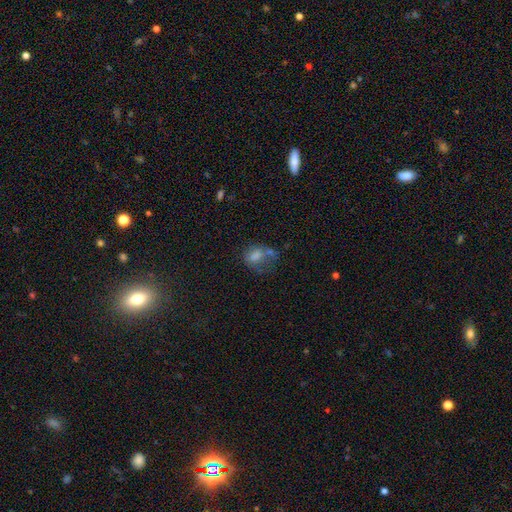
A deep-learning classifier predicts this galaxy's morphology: Smooth or featured? smooth (55%)
How rounded? in between (63%)
Merging? none (37%)